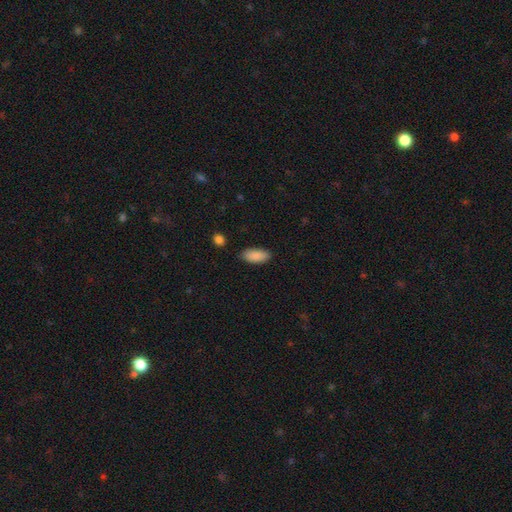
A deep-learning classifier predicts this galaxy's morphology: Q: Smooth or featured?
A: smooth (90%); runner-up: star or artifact (6%)
Q: How rounded?
A: in between (88%); runner-up: cigar-shaped (11%)
Q: Merging?
A: none (85%); runner-up: minor disturbance (11%)